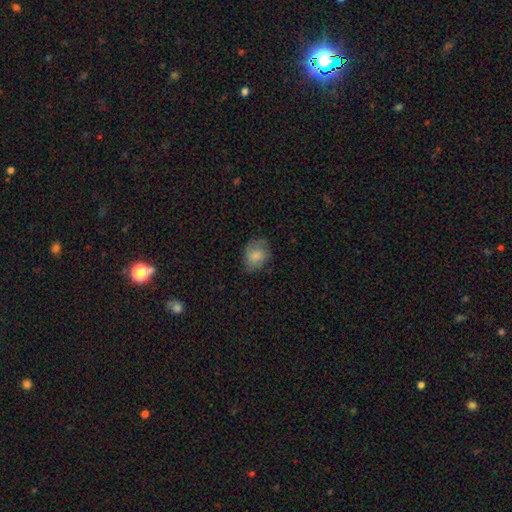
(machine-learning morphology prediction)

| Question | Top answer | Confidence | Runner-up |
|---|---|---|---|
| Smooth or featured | smooth | 78% | featured or disk (14%) |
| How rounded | in between | 55% | round (44%) |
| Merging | none | 65% | minor disturbance (26%) |